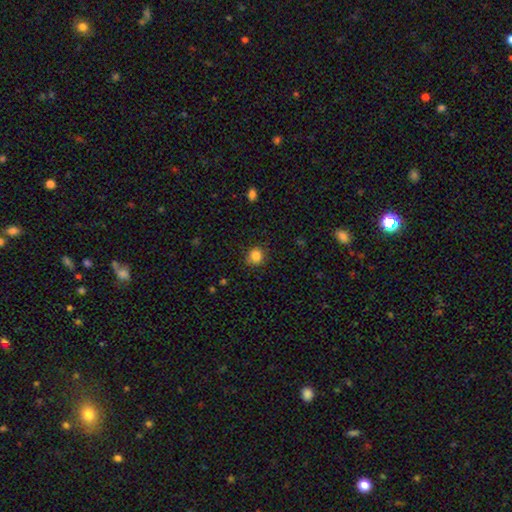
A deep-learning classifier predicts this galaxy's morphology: Smooth or featured?
  - smooth: 85% *
  - star or artifact: 11%
  - featured or disk: 5%
How rounded?
  - round: 84% *
  - in between: 15%
  - cigar-shaped: 1%
Merging?
  - none: 85% *
  - minor disturbance: 11%
  - major disturbance: 3%
  - merger: 1%